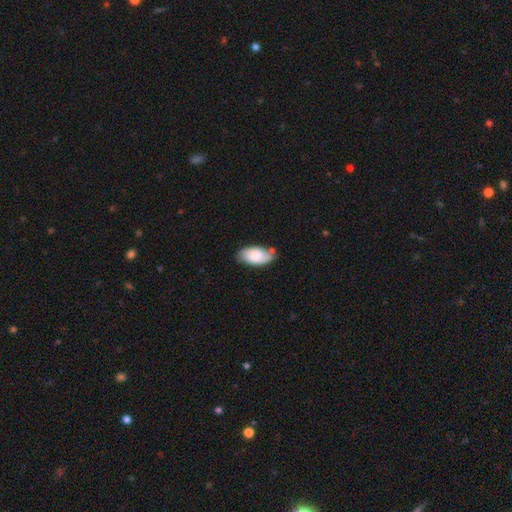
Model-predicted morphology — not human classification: Smooth or featured? smooth (78%)
How rounded? in between (94%)
Merging? none (64%)